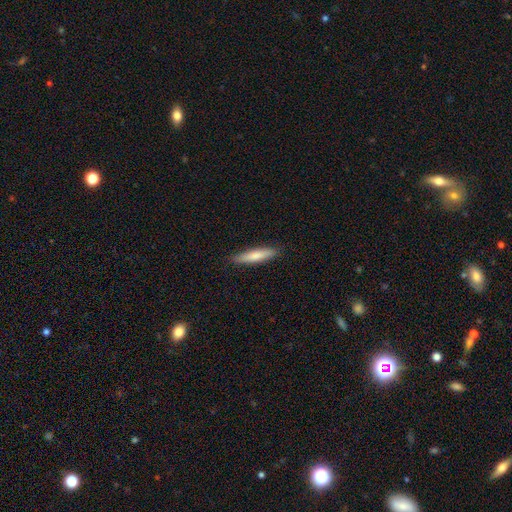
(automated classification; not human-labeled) This appears to be a smooth galaxy with no disk features (76%) that is cigar-shaped (84%). Merging: none (88%).